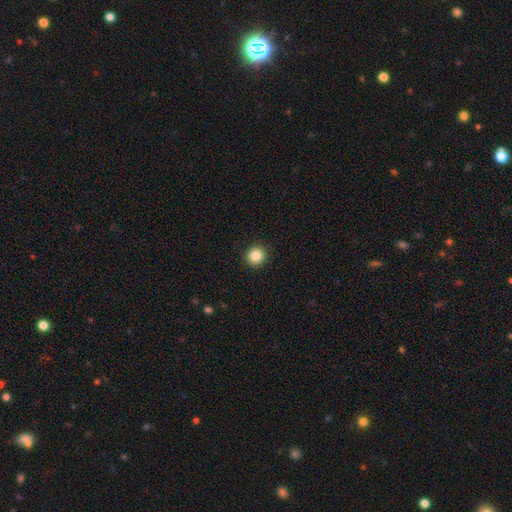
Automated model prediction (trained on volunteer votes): smooth-or-featured: smooth: 85% | star or artifact: 10% | featured or disk: 4%
  how-rounded: round: 91% | in between: 8% | cigar-shaped: 1%
  merging: none: 92% | minor disturbance: 5% | major disturbance: 2% | merger: 1%